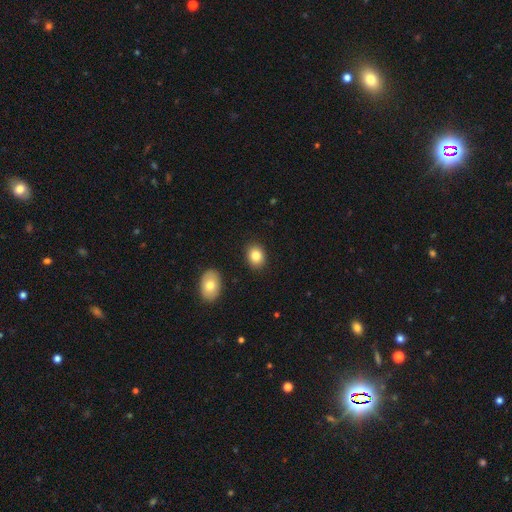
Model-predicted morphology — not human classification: This appears to be a smooth galaxy with no disk features (84%) that is in between round and cigar-shaped (58%). Merging: none (87%).